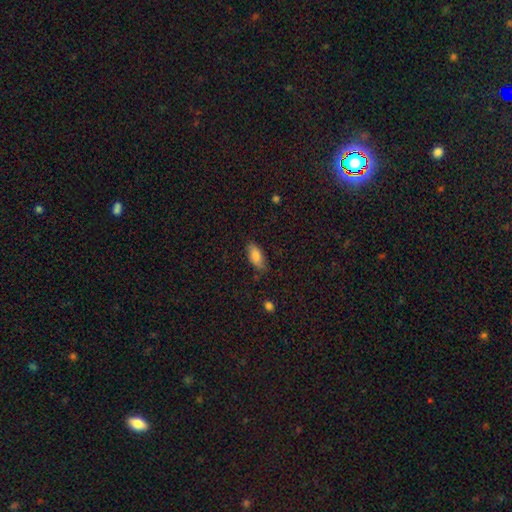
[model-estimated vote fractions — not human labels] The model was most divided on "merging": none: 76%, minor disturbance: 19%, major disturbance: 4%, merger: 2%. More confident: how rounded — in between (87%); smooth or featured — smooth (82%).